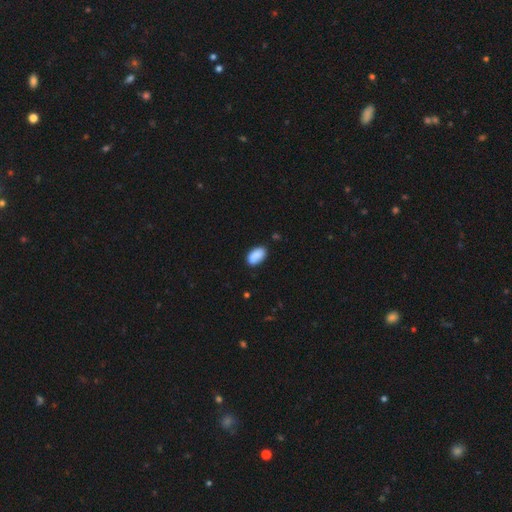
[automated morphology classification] This appears to be a smooth galaxy with no disk features (88%) that is in between round and cigar-shaped (94%). Merging: none (80%).